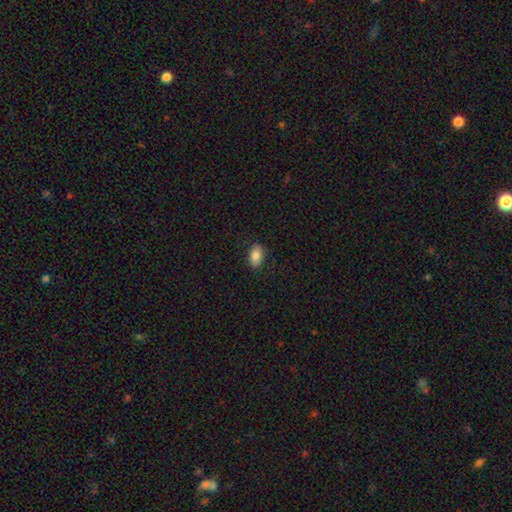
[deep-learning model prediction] The model was most divided on "smooth or featured": smooth: 82%, featured or disk: 10%, star or artifact: 8%. More confident: how rounded — in between (89%); merging — none (87%).